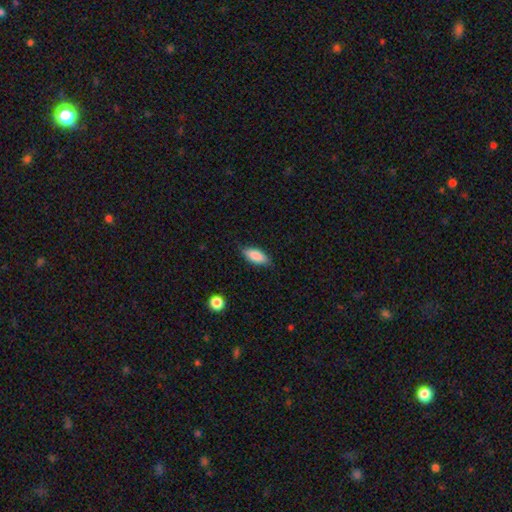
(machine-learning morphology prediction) Q: Smooth or featured?
A: smooth (82%); runner-up: featured or disk (11%)
Q: How rounded?
A: in between (78%); runner-up: cigar-shaped (20%)
Q: Merging?
A: none (82%); runner-up: minor disturbance (14%)